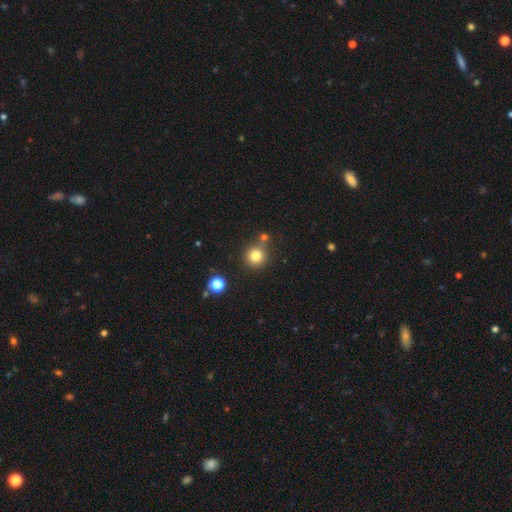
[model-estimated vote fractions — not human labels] This appears to be a smooth galaxy with no disk features (80%) that is round (93%). Merging: none (77%).